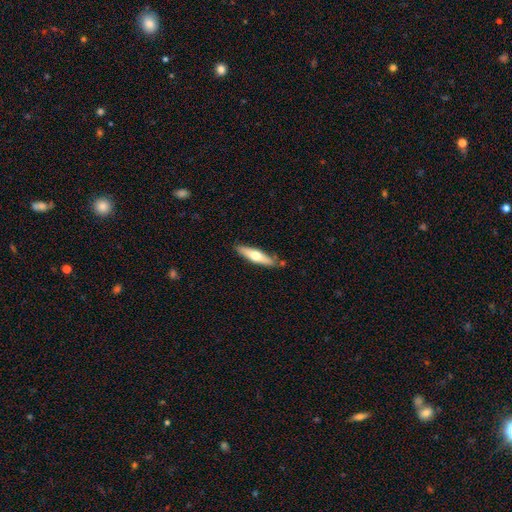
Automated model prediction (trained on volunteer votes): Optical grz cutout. It shows a smooth galaxy with no disk features (53%) that is cigar-shaped (74%). Merging: none (81%).